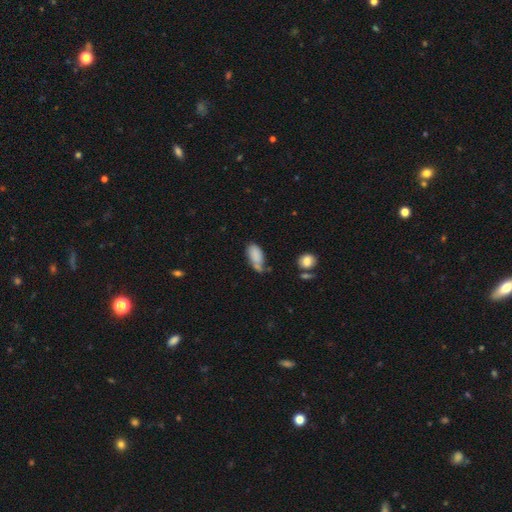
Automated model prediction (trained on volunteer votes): Smooth or featured?
  - smooth: 82% *
  - featured or disk: 10%
  - star or artifact: 8%
How rounded?
  - in between: 91% *
  - cigar-shaped: 5%
  - round: 4%
Merging?
  - none: 39% *
  - minor disturbance: 31%
  - merger: 16%
  - major disturbance: 15%